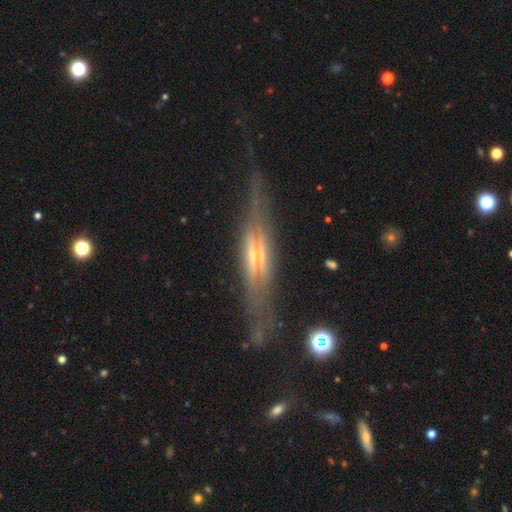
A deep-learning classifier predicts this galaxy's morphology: This is clearly a featured or disk galaxy (83%). It is clearly viewed edge-on (93%). Edge-on bulge: possibly rounded (58%). Merging: likely none (71%).